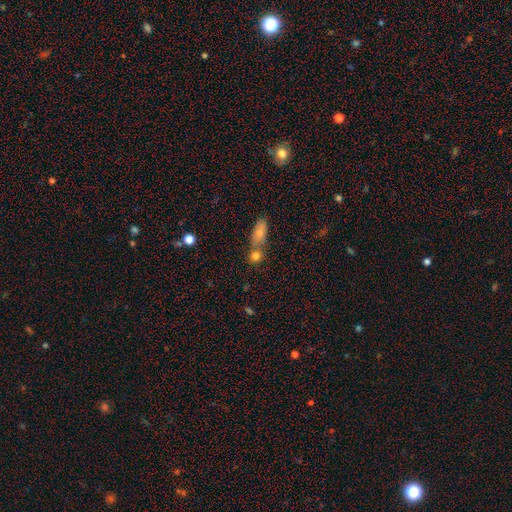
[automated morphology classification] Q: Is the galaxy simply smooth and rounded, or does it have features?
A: smooth — 79%.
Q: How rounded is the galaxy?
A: round — 68%.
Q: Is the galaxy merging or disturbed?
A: none — 49%.